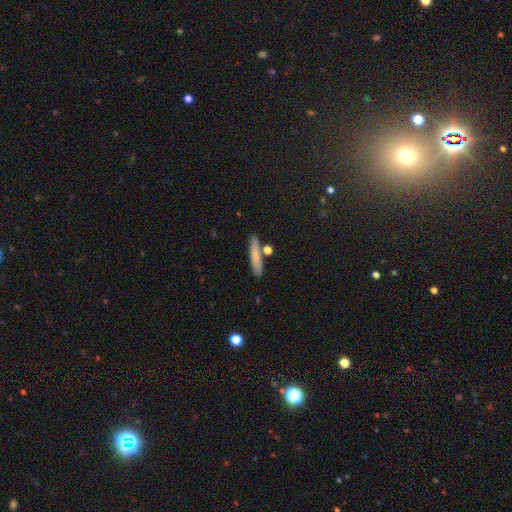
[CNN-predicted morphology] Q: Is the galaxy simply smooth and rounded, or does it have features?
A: smooth — 76%.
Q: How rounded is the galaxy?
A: cigar-shaped — 86%.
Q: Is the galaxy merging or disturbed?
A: none — 81%.